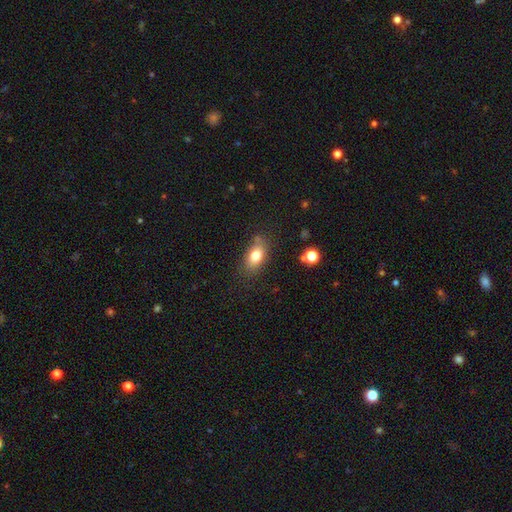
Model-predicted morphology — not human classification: A smooth galaxy with no disk features (78%) that is in between round and cigar-shaped (86%). Merging: none (75%).